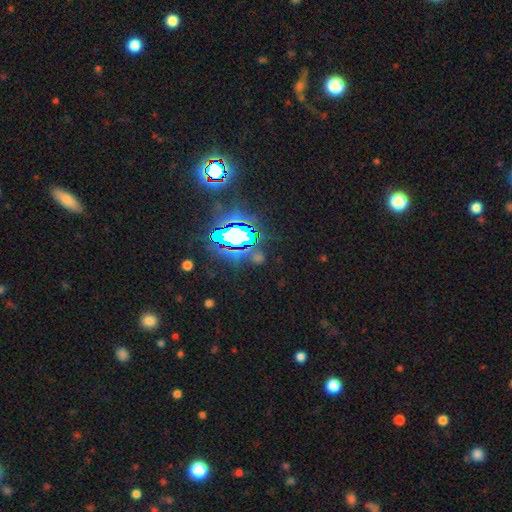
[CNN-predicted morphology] type=star or artifact (73%).